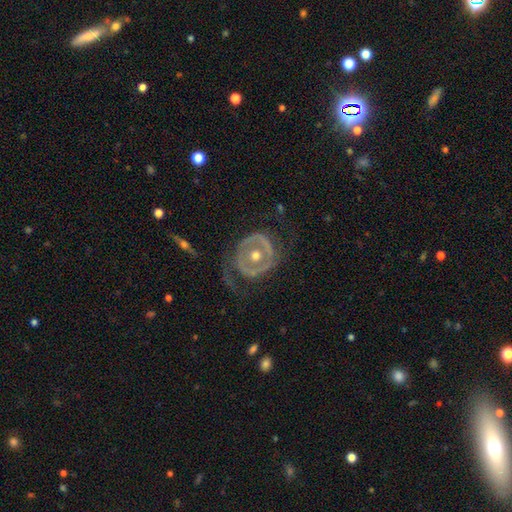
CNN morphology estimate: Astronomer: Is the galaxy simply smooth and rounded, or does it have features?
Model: featured or disk — 75%.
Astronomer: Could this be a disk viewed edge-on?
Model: no — 95%.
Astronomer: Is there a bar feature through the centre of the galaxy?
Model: no — 70%.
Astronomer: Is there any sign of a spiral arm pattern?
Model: no — 56% (runner-up: yes, 44%).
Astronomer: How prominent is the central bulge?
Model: moderate — 74%.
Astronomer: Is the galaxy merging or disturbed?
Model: none — 53%.